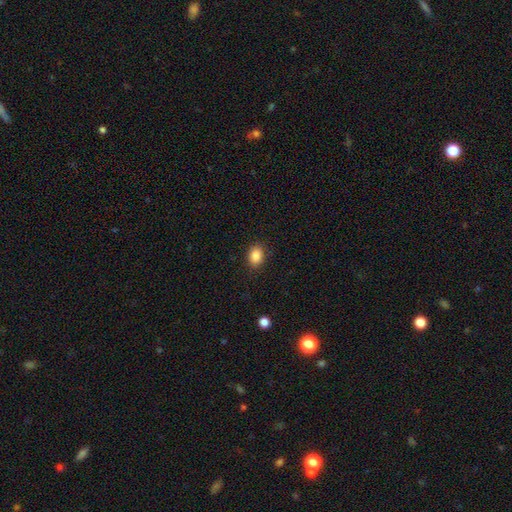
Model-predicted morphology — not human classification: This appears to be a smooth galaxy with no disk features (87%) that is in between round and cigar-shaped (69%). Merging: none (87%).